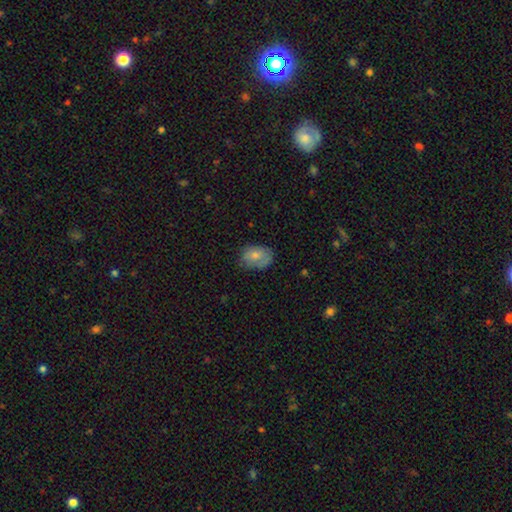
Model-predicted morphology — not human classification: Smooth or featured?
  - smooth: 72% *
  - featured or disk: 20%
  - star or artifact: 7%
How rounded?
  - in between: 80% *
  - round: 19%
  - cigar-shaped: 1%
Merging?
  - none: 64% *
  - minor disturbance: 28%
  - major disturbance: 7%
  - merger: 1%